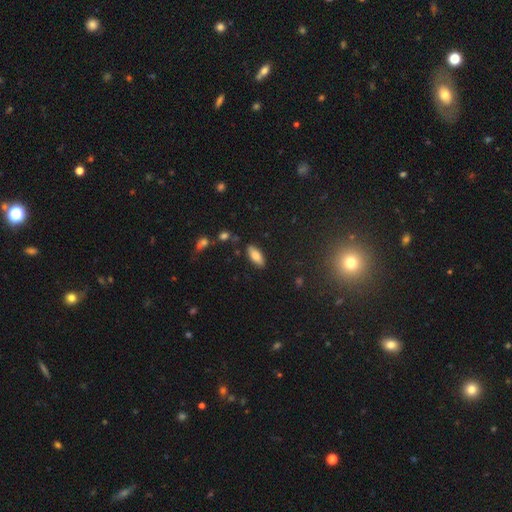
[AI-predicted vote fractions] smooth 81%, featured or disk 12%, star or artifact 7%. Down the decision tree: how rounded — in between (80%); merging — none (86%).